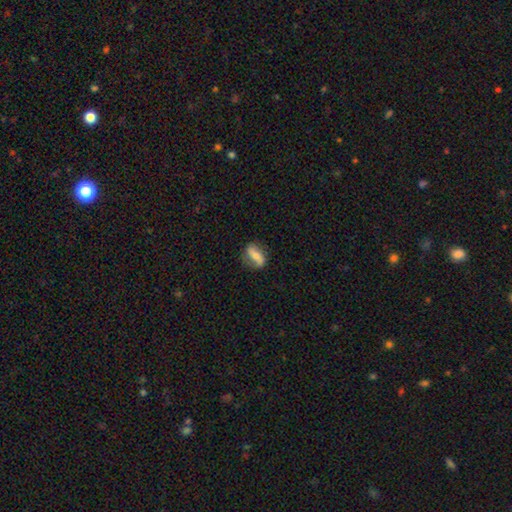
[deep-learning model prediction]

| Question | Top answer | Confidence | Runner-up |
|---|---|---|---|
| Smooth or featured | featured or disk | 50% | smooth (43%) |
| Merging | none | 75% | minor disturbance (18%) |